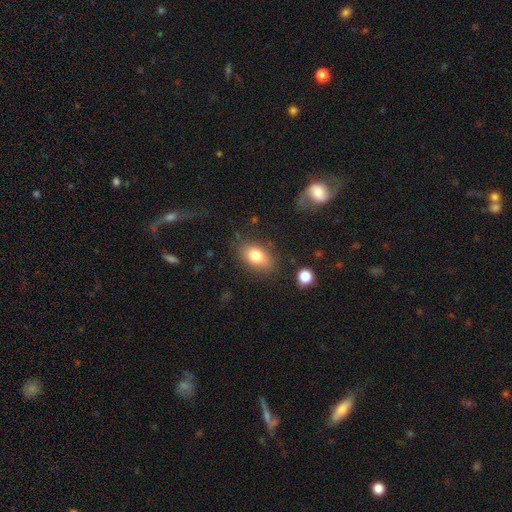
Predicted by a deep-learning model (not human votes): smooth-or-featured: smooth: 79% | featured or disk: 13% | star or artifact: 9%
  how-rounded: in between: 86% | round: 13% | cigar-shaped: 2%
  merging: none: 80% | minor disturbance: 13% | major disturbance: 4% | merger: 2%